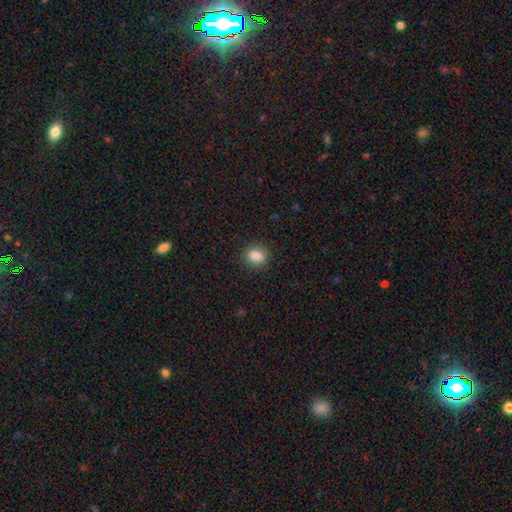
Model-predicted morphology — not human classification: Smooth or featured: smooth — 87% (star or artifact — 10%)
How rounded: round — 60% (in between — 39%)
Merging: none — 89% (minor disturbance — 8%)